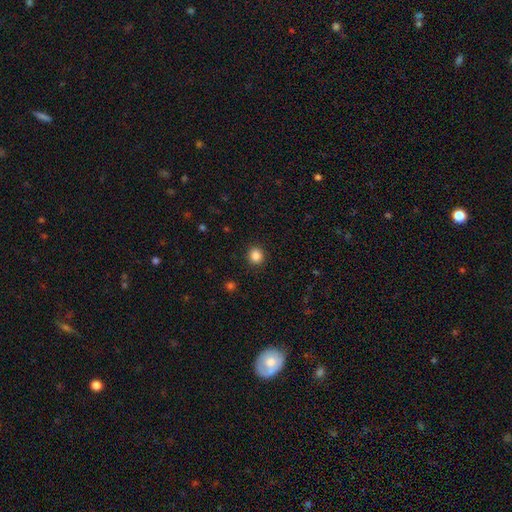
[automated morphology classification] The model was most divided on "how rounded": round: 85%, in between: 14%, cigar-shaped: 1%. More confident: merging — none (91%); smooth or featured — smooth (86%).